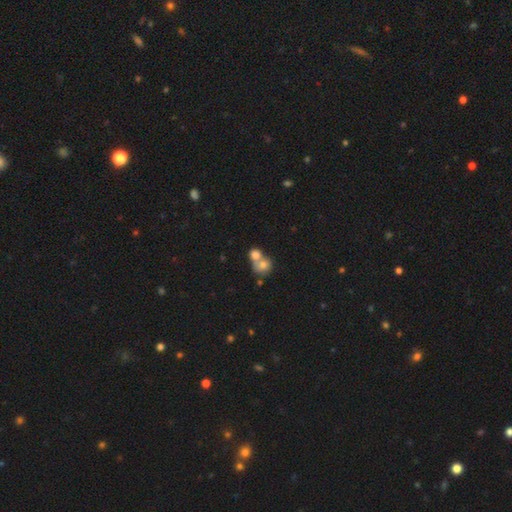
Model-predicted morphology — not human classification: Smooth or featured? smooth (75%)
How rounded? round (69%)
Merging? merger (66%)